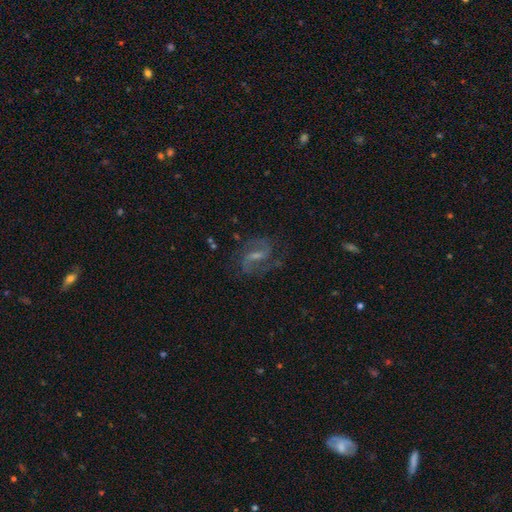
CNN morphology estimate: Smooth or featured? featured or disk (84%)
Edge-on disk? no (97%)
Bar? weak (53%)
Spiral arms? yes (96%)
Spiral winding? medium (55%)
Spiral arm count? 2 (90%)
Bulge size? small (51%)
Merging? none (77%)